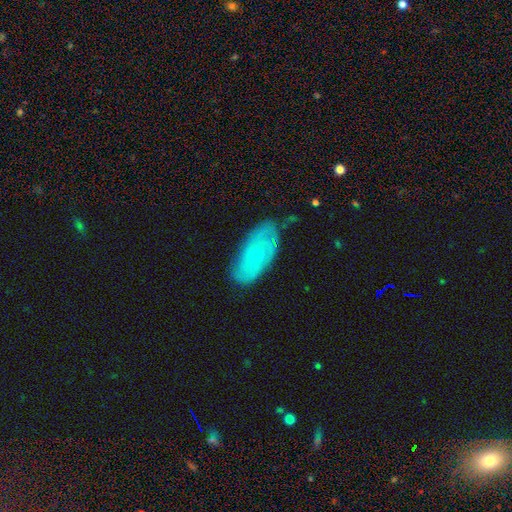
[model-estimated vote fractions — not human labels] This appears to be a featured or disk galaxy (47%). Merging: none (66%).